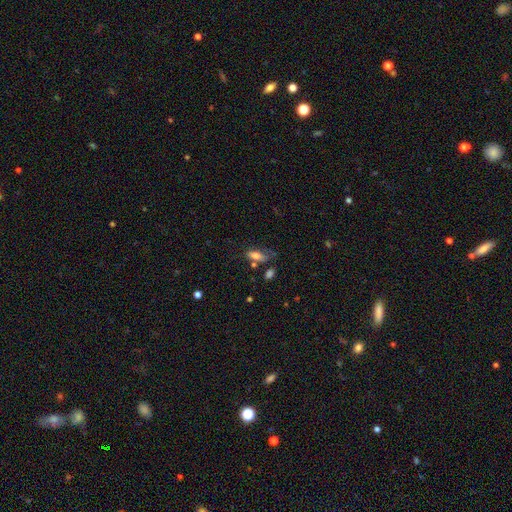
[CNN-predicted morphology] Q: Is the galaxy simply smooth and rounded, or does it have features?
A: smooth — 74%.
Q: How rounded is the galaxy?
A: in between — 76%.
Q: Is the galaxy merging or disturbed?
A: none — 44%.